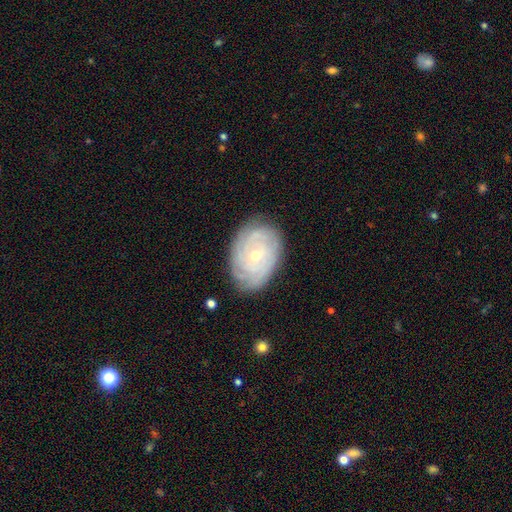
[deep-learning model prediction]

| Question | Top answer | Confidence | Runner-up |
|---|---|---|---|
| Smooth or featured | featured or disk | 79% | smooth (14%) |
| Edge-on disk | no | 96% | yes (4%) |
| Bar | no | 76% | weak (20%) |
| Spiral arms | yes | 93% | no (7%) |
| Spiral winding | tight | 80% | medium (16%) |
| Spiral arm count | can't tell | 42% | 4 (16%) |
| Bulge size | small | 56% | moderate (41%) |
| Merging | none | 81% | minor disturbance (14%) |